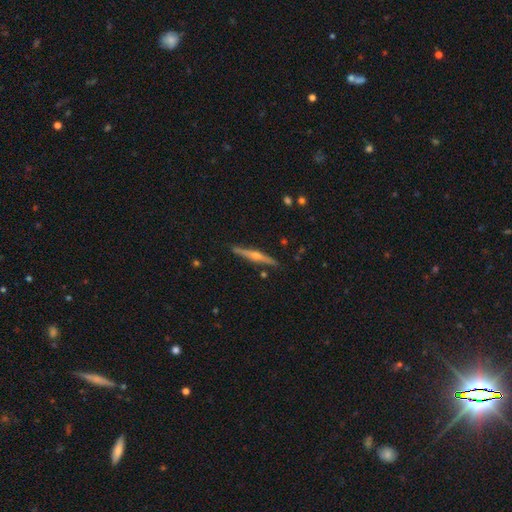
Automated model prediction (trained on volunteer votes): Overall: featured or disk (77%). Edge-on disk: yes (98%). Edge-on bulge: rounded (91%). Merging: none (90%).